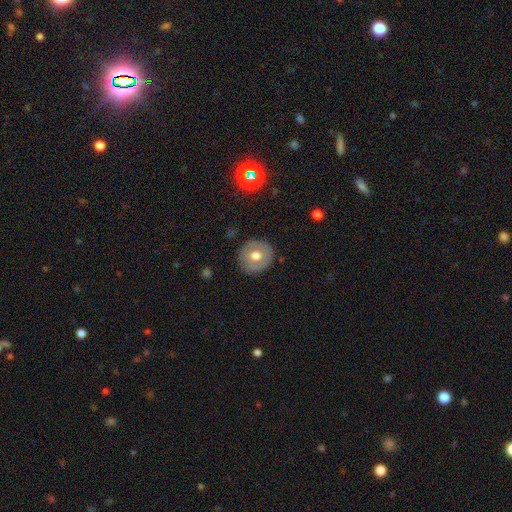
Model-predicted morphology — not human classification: smooth_or_featured: smooth (p=0.57) [alt: featured or disk p=0.35]
how_rounded: round (p=0.87) [alt: in between p=0.12]
merging: none (p=0.87) [alt: minor disturbance p=0.09]